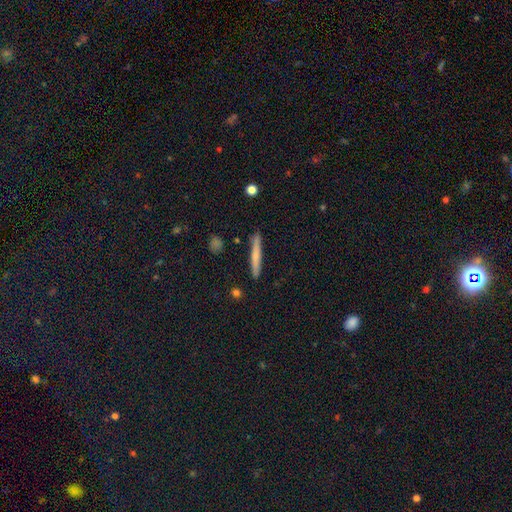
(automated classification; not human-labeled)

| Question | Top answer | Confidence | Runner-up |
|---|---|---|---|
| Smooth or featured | smooth | 64% | featured or disk (29%) |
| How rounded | cigar-shaped | 95% | in between (3%) |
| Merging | none | 88% | minor disturbance (9%) |